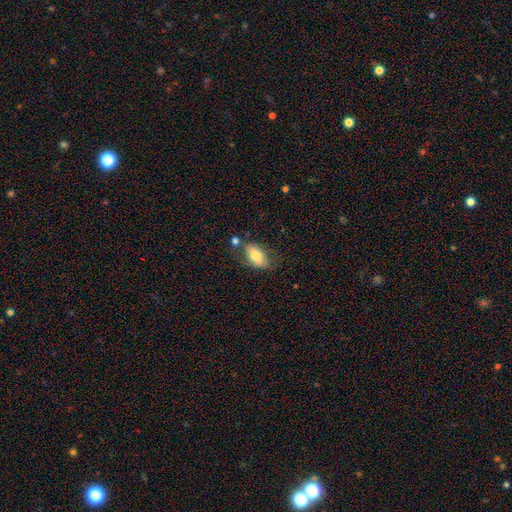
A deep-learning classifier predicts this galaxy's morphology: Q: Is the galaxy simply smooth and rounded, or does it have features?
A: smooth — 70%.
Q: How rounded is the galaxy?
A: in between — 90%.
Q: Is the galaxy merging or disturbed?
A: none — 55%.